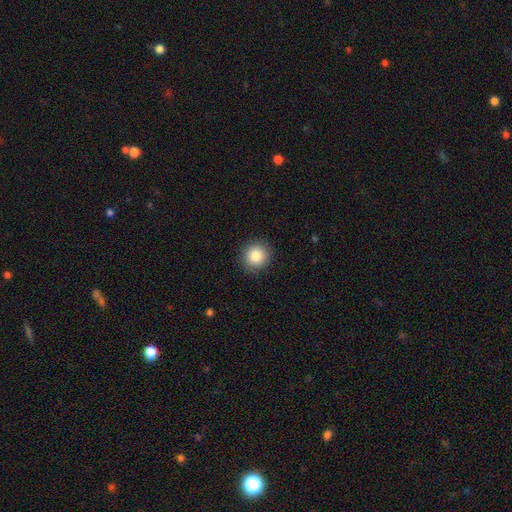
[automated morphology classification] smooth-or-featured: smooth: 85% | star or artifact: 10% | featured or disk: 6%
  how-rounded: round: 92% | in between: 7% | cigar-shaped: 1%
  merging: none: 91% | minor disturbance: 6% | major disturbance: 2% | merger: 1%